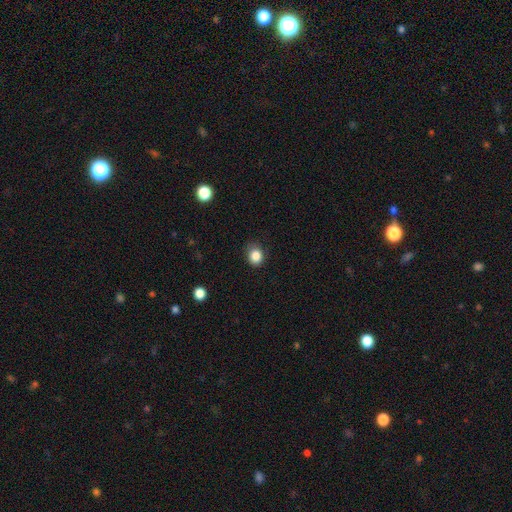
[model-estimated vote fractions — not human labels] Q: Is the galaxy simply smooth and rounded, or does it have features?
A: smooth — 85%.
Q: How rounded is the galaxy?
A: round — 67%.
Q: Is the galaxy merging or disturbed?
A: none — 78%.